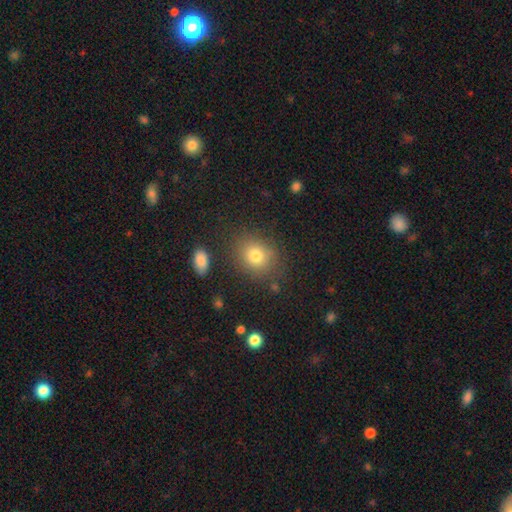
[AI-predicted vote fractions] smooth 78%, star or artifact 13%, featured or disk 9%. Down the decision tree: how rounded — round (65%); merging — none (82%).